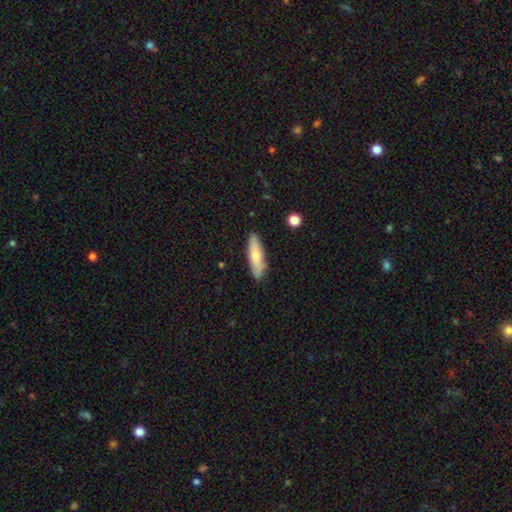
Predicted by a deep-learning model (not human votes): A smooth galaxy with no disk features (73%) that is cigar-shaped (64%).

Vote fractions:
- Smooth or featured? smooth: 73% / featured or disk: 22% / star or artifact: 6%
- How rounded? cigar-shaped: 64% / in between: 35% / round: 2%
- Merging? none: 83% / minor disturbance: 13% / major disturbance: 2% / merger: 2%